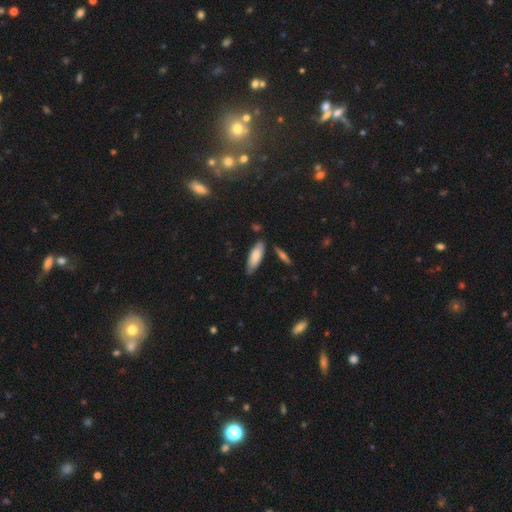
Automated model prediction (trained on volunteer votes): smooth-or-featured: smooth: 79% | featured or disk: 15% | star or artifact: 6%
  how-rounded: in between: 59% | cigar-shaped: 39% | round: 2%
  merging: none: 76% | minor disturbance: 17% | merger: 4% | major disturbance: 3%